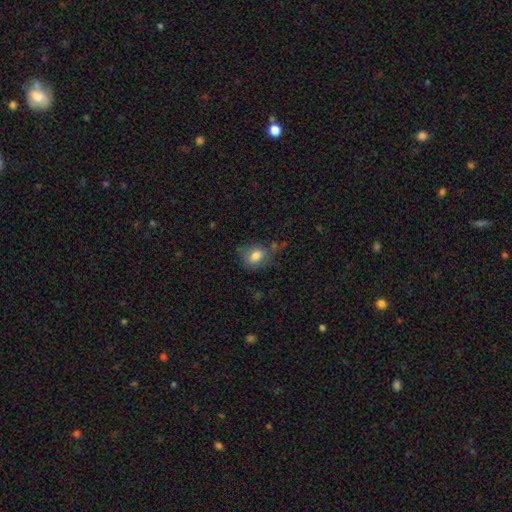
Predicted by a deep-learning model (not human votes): smooth 80%, featured or disk 11%, star or artifact 9%. Down the decision tree: how rounded — in between (67%); merging — none (62%).